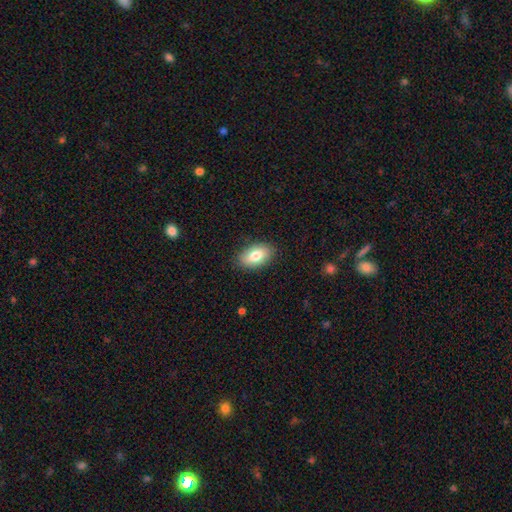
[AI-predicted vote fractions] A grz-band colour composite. It shows a smooth galaxy with no disk features (80%) that is in between round and cigar-shaped (92%). Merging: none (87%).